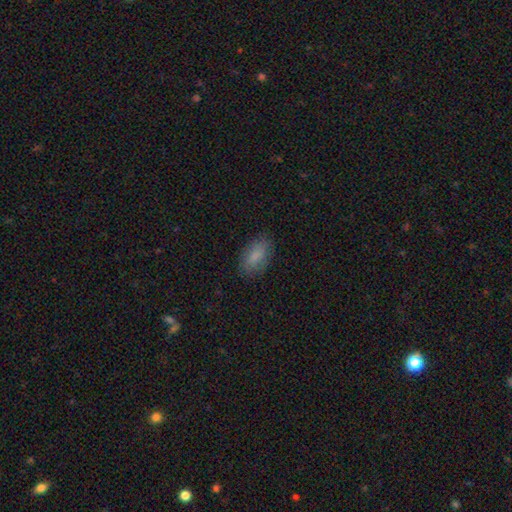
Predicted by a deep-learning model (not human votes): Smooth or featured: smooth — 84% (featured or disk — 9%)
How rounded: in between — 91% (cigar-shaped — 5%)
Merging: none — 83% (minor disturbance — 12%)